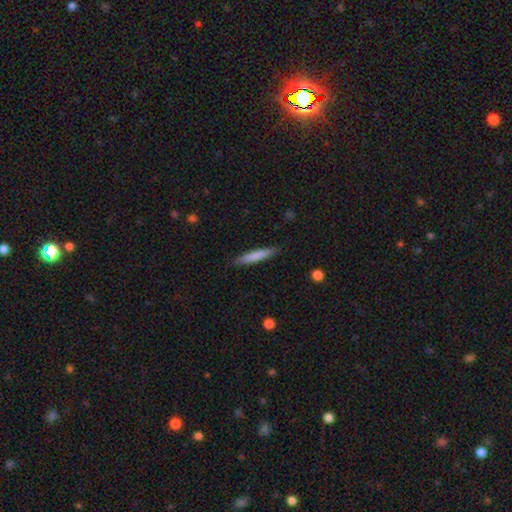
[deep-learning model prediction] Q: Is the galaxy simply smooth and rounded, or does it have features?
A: smooth — 79%.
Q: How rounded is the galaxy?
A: cigar-shaped — 92%.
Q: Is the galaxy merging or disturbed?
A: none — 88%.